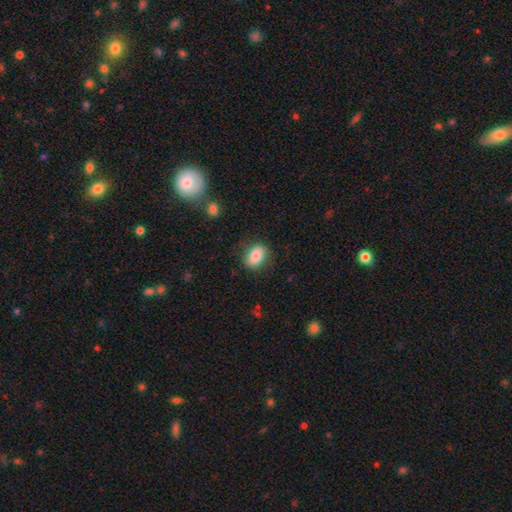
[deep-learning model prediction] smooth-or-featured: smooth: 83% | featured or disk: 9% | star or artifact: 8%
  how-rounded: in between: 82% | round: 16% | cigar-shaped: 2%
  merging: none: 81% | minor disturbance: 13% | major disturbance: 4% | merger: 1%